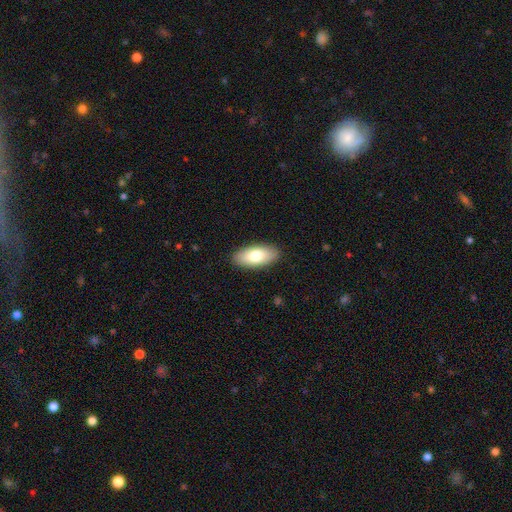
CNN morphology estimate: Smooth or featured: smooth — 77% (featured or disk — 17%)
How rounded: in between — 89% (cigar-shaped — 9%)
Merging: none — 89% (minor disturbance — 8%)